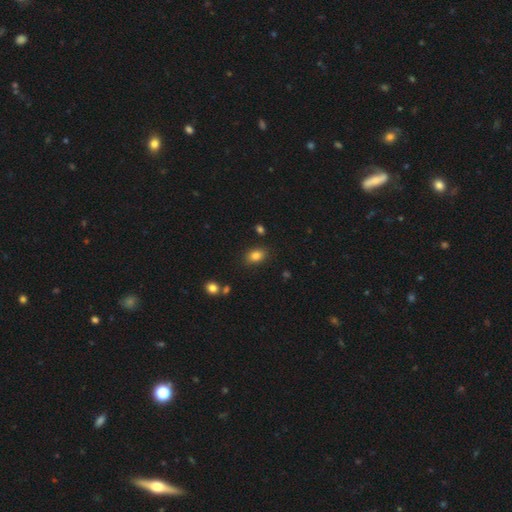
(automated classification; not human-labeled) Overall: smooth (83%). How rounded: in between (80%). Merging: none (84%).